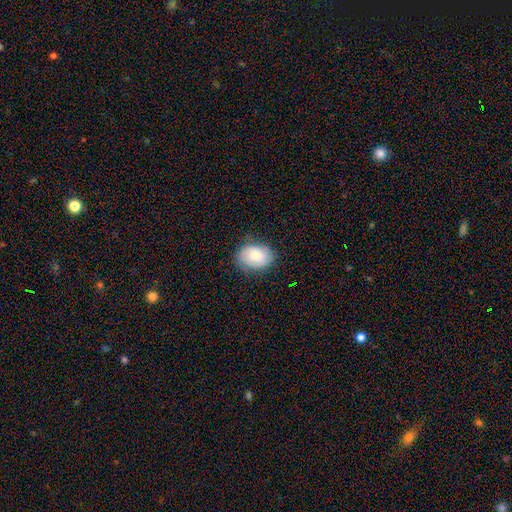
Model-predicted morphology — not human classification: Smooth or featured?
  - smooth: 73% *
  - featured or disk: 20%
  - star or artifact: 7%
How rounded?
  - in between: 72% *
  - round: 27%
  - cigar-shaped: 1%
Merging?
  - none: 76% *
  - minor disturbance: 19%
  - major disturbance: 4%
  - merger: 1%